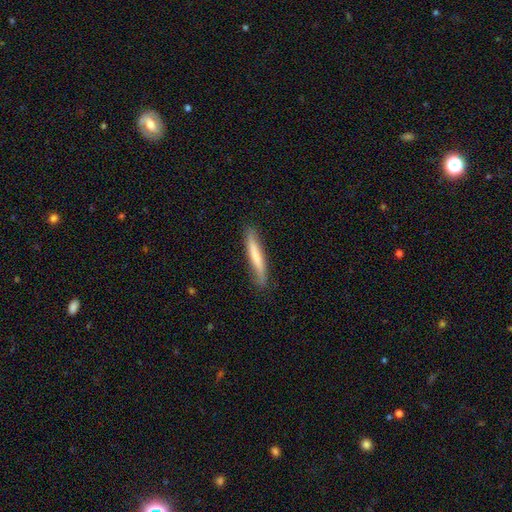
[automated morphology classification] A smooth galaxy with no disk features (65%) that is cigar-shaped (94%). Merging: none (79%).